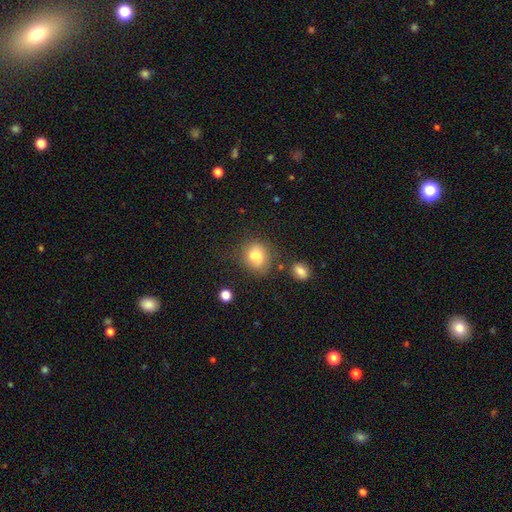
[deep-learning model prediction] Morphology: type=smooth (79%); roundness=round (60%); merging=none (56%).